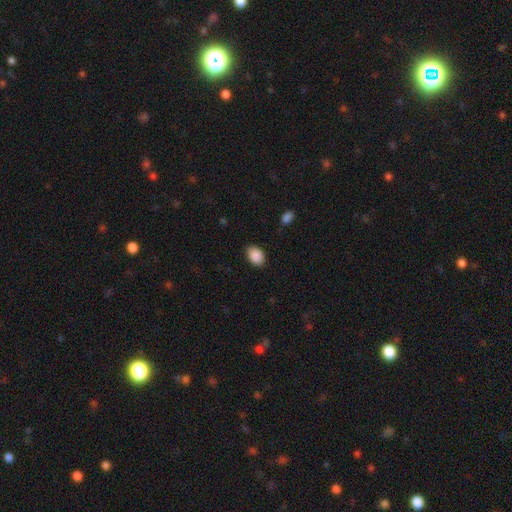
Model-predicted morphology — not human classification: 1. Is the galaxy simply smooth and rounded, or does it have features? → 89% smooth, 8% star or artifact, 3% featured or disk.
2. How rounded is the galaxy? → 74% in between, 25% round, 1% cigar-shaped.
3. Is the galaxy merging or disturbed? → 81% none, 15% minor disturbance, 3% major disturbance, 1% merger.